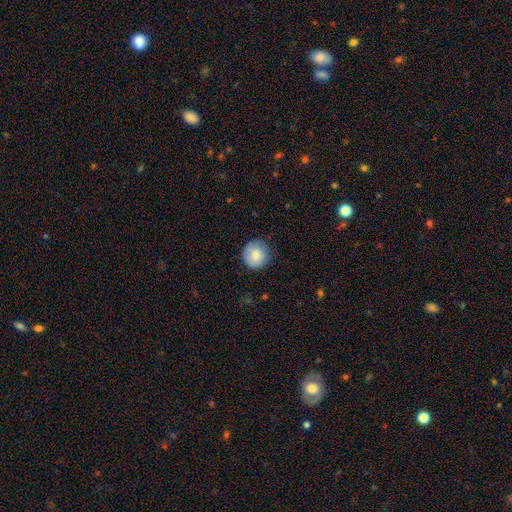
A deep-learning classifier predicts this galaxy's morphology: Q: Smooth or featured?
A: smooth (80%); runner-up: featured or disk (13%)
Q: How rounded?
A: round (93%); runner-up: in between (6%)
Q: Merging?
A: none (78%); runner-up: minor disturbance (17%)